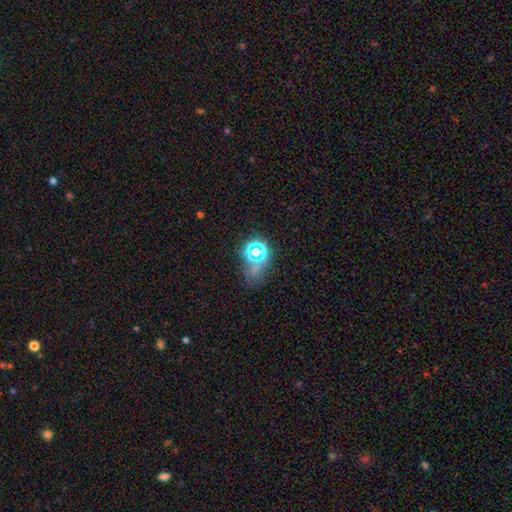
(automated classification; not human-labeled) The model was most divided on "smooth or featured": star or artifact: 45%, smooth: 38%, featured or disk: 17%.